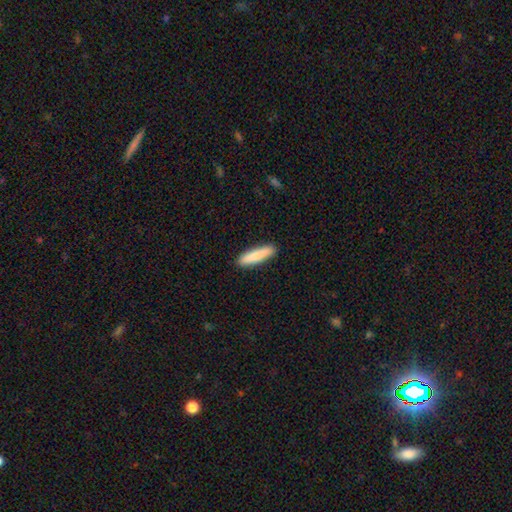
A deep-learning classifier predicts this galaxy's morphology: Smooth or featured: smooth — 85% (featured or disk — 10%)
How rounded: cigar-shaped — 82% (in between — 17%)
Merging: none — 90% (minor disturbance — 7%)